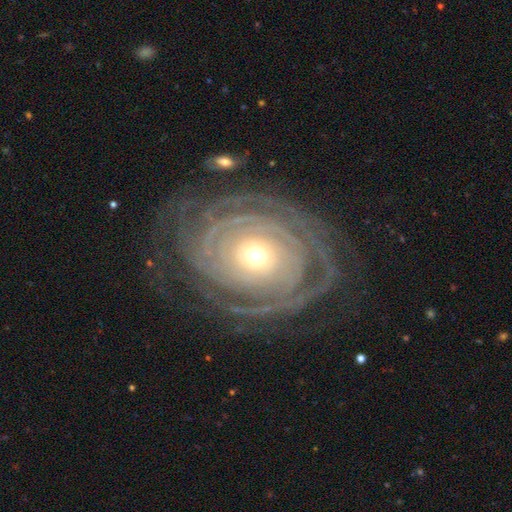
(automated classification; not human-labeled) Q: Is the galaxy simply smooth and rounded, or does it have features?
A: featured or disk — 87%.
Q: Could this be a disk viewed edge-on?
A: no — 96%.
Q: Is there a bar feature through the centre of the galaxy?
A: no — 81%.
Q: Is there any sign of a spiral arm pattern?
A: yes — 94%.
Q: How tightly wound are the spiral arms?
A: tight — 85%.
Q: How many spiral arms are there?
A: can't tell — 32%.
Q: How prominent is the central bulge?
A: small — 58%.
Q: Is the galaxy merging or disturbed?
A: none — 73%.